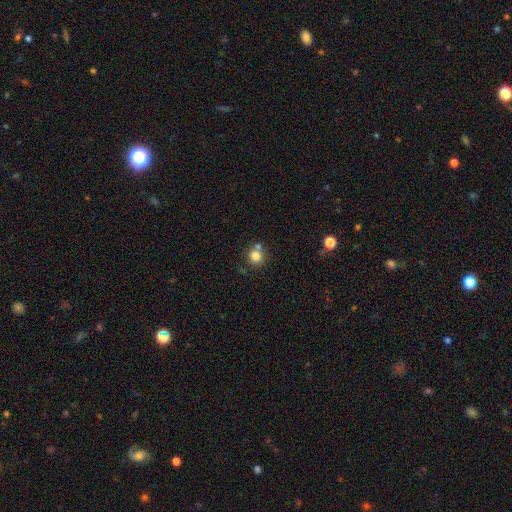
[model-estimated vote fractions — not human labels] The model was most divided on "merging": none: 61%, merger: 26%, minor disturbance: 9%, major disturbance: 3%. More confident: how rounded — round (89%); smooth or featured — smooth (80%).